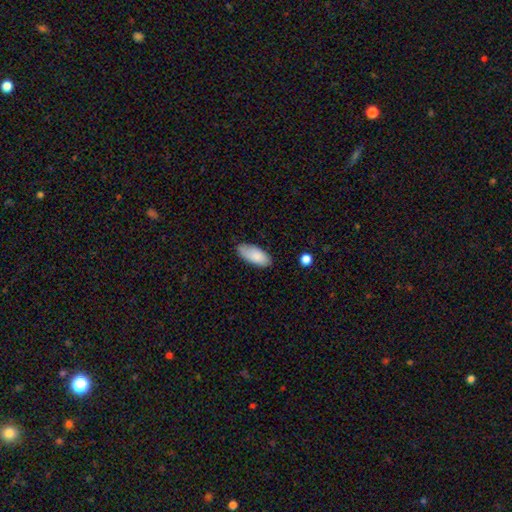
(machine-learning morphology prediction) type=smooth (85%); roundness=in between (88%); merging=none (77%).